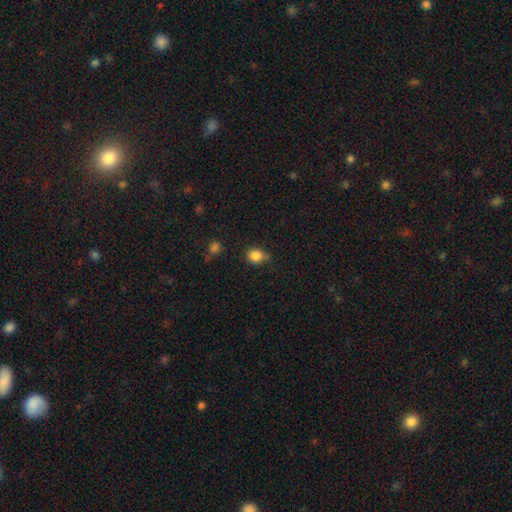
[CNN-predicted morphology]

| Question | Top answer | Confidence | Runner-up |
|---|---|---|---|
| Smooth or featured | smooth | 85% | star or artifact (10%) |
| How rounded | round | 64% | in between (35%) |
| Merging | none | 64% | minor disturbance (27%) |